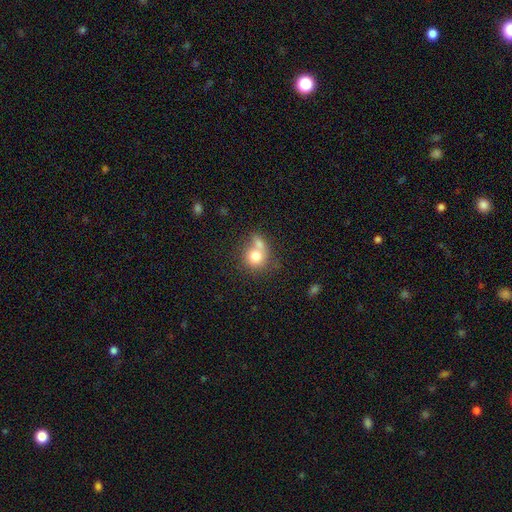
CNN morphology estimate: Overall: smooth (74%). How rounded: round (78%). Merging: merger (51%; none 32%).